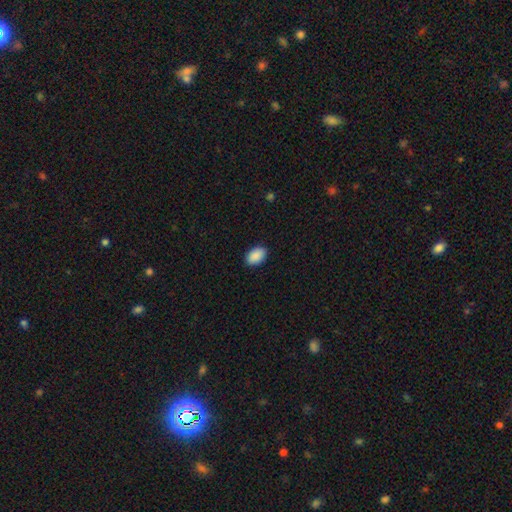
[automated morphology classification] Smooth or featured?
  - smooth: 90% *
  - star or artifact: 7%
  - featured or disk: 3%
How rounded?
  - in between: 90% *
  - round: 9%
  - cigar-shaped: 1%
Merging?
  - none: 90% *
  - minor disturbance: 8%
  - major disturbance: 2%
  - merger: 1%